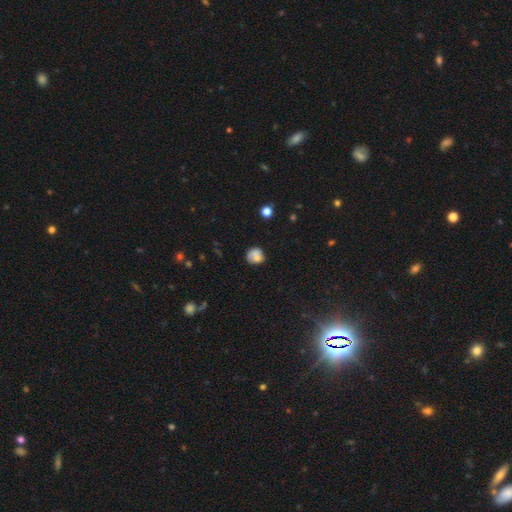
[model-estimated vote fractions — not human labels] Morphology: type=smooth (70%); roundness=round (76%); merging=none (49%).